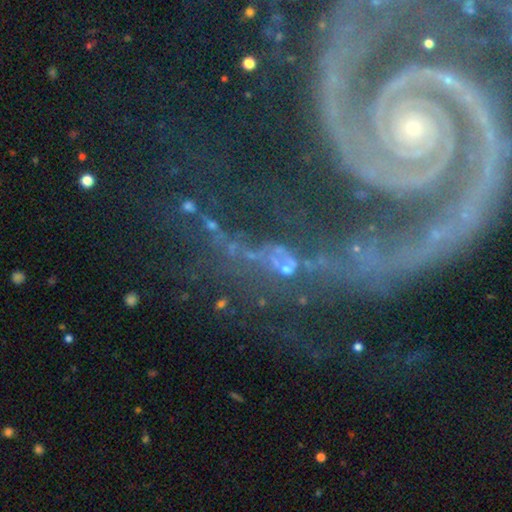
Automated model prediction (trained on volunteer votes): Overall: featured or disk (82%). Edge-on disk: no (95%). Bar: no (66%). Spiral arms: yes (95%). Spiral arm count: 2 (68%). Spiral winding: tight (57%; medium 32%). Bulge size: small (74%). Merging: none (60%).